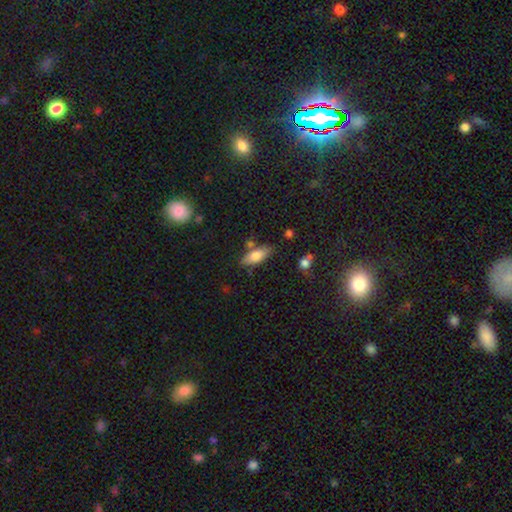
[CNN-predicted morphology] A smooth galaxy with no disk features (79%) that is in between round and cigar-shaped (77%). Merging: none (72%).